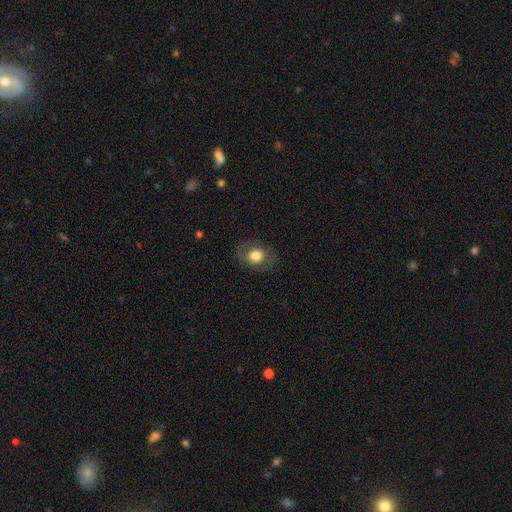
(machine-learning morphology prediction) Smooth or featured?
  - smooth: 72% *
  - featured or disk: 20%
  - star or artifact: 8%
How rounded?
  - round: 53% *
  - in between: 46%
  - cigar-shaped: 1%
Merging?
  - none: 82% *
  - minor disturbance: 12%
  - major disturbance: 5%
  - merger: 1%